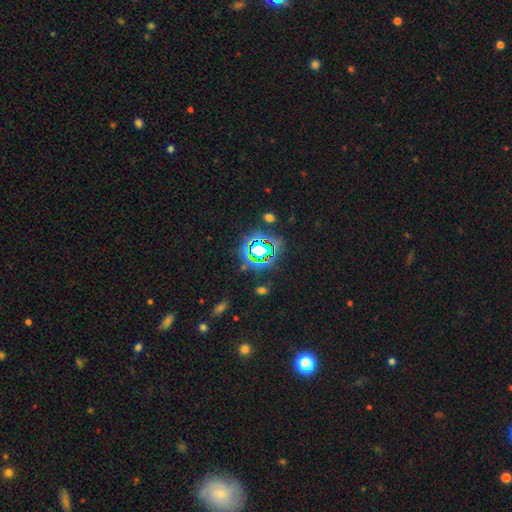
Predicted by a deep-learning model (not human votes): This appears to be a star or artifact, not a galaxy (68%).